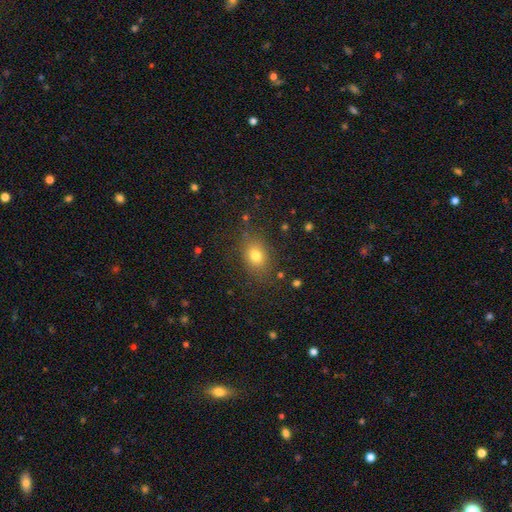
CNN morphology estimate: This is likely a smooth galaxy (76%). How rounded: likely in between (61%). Merging: clearly none (82%).